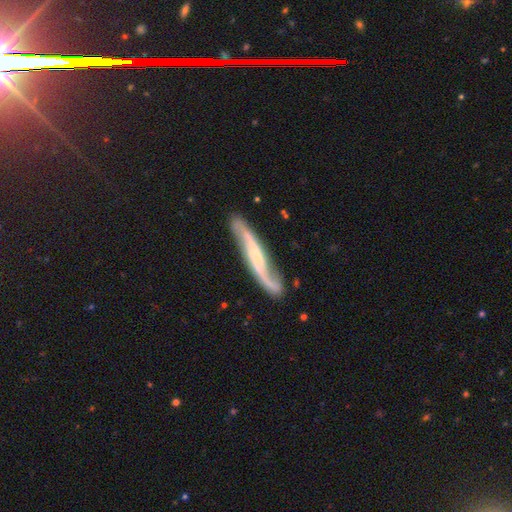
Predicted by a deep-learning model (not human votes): A featured or disk galaxy (80%) with no bar (38%), 2 (90%) loose (69%) spiral arms (95%) and a small central bulge (49%). Merging: none (76%).